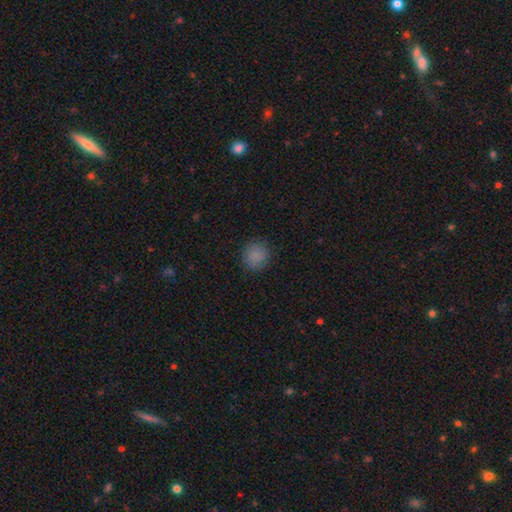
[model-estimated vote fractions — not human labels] This is clearly a smooth galaxy (85%). How rounded: clearly round (90%). Merging: clearly none (87%).